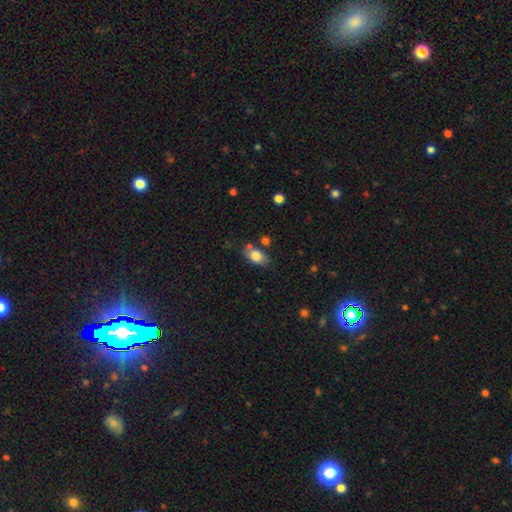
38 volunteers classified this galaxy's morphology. Smooth or featured? smooth (71%)
How rounded? in between (89%)
Merging? none (68%)